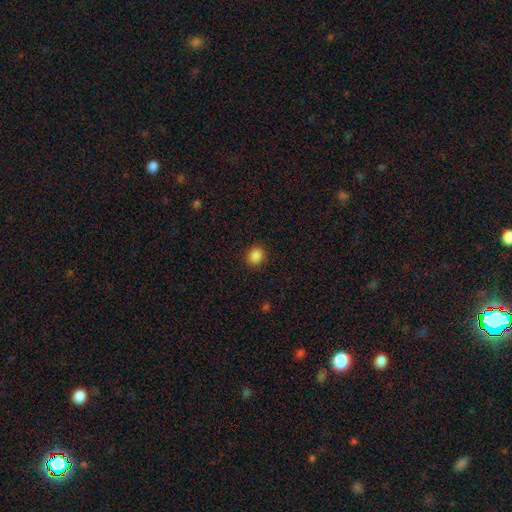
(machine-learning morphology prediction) The model was most divided on "how rounded": round: 69%, in between: 30%, cigar-shaped: 1%. More confident: merging — none (90%); smooth or featured — smooth (87%).